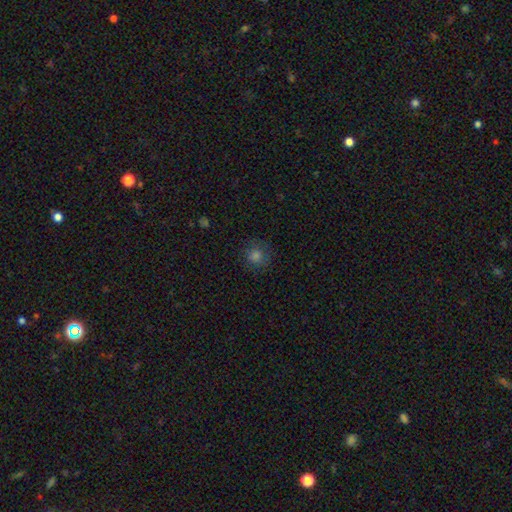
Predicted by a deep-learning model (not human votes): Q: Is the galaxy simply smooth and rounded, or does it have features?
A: smooth — 73%.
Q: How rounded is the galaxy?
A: round — 91%.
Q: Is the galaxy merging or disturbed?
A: none — 85%.